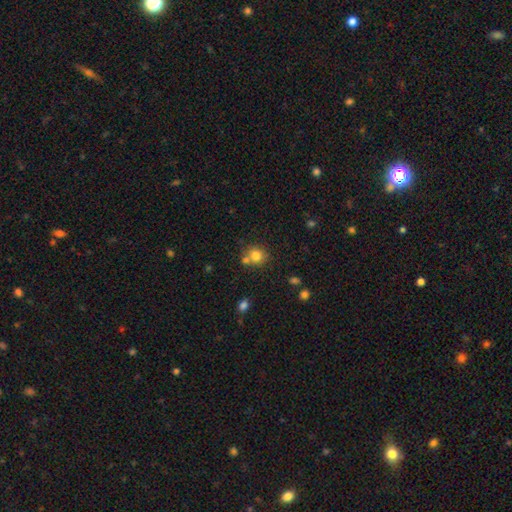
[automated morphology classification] smooth_or_featured: smooth (p=0.79) [alt: star or artifact p=0.12]
how_rounded: round (p=0.84) [alt: in between p=0.15]
merging: none (p=0.60) [alt: merger p=0.26]